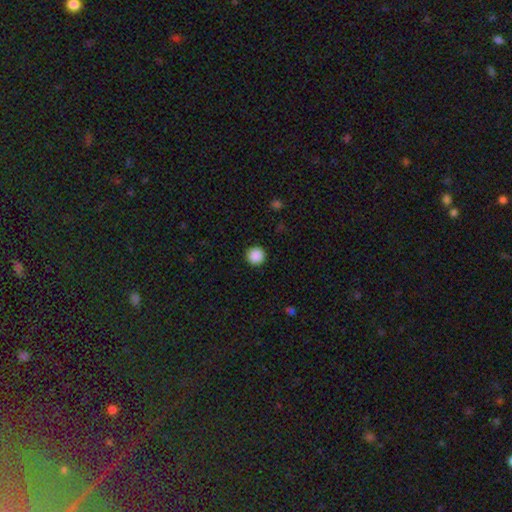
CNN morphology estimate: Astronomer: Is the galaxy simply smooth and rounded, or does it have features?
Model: smooth — 88%.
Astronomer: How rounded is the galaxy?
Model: round — 96%.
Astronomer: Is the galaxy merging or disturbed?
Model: none — 93%.